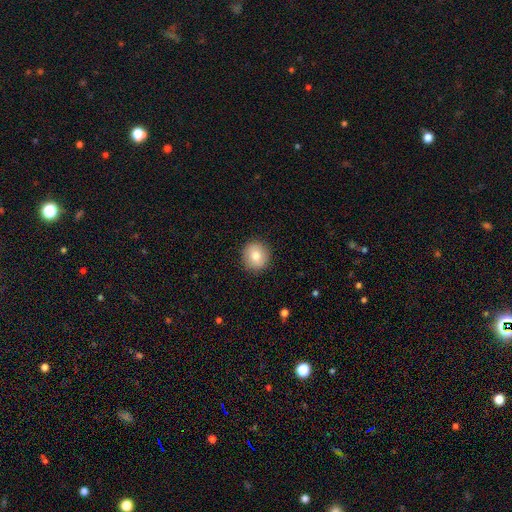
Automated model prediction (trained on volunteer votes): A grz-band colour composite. It shows a smooth galaxy with no disk features (80%) that is round (91%). Merging: none (91%).